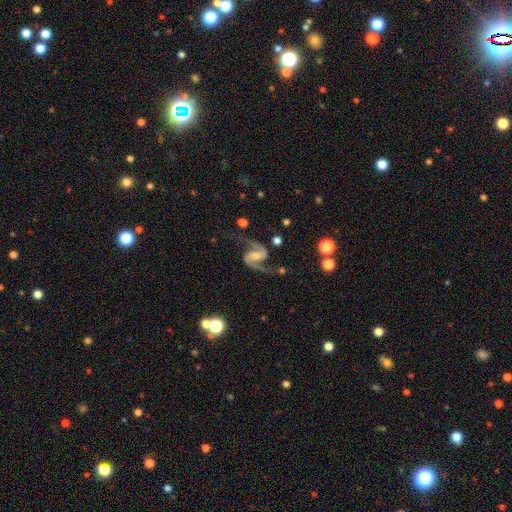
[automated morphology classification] The model was most divided on "spiral winding": loose: 48%, medium: 44%, tight: 7%. Remaining: spiral arms — yes (98%); edge-on disk — no (98%); spiral arm count — 2 (95%); smooth or featured — featured or disk (92%); merging — none (77%); bulge size — small (46%); bar — weak (45%).